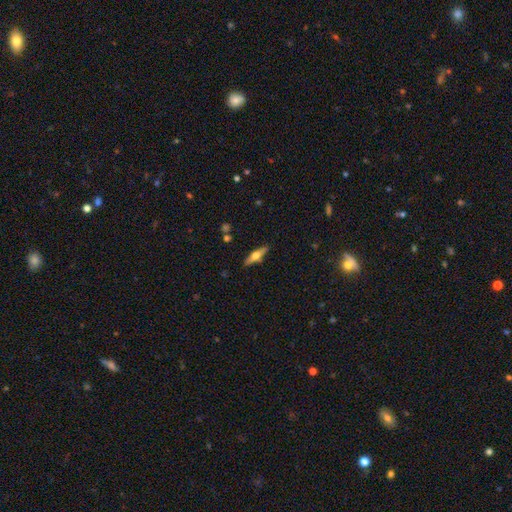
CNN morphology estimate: type=featured or disk (56%); edge-on=yes (94%); edge-on bulge=rounded (94%); merging=none (87%).